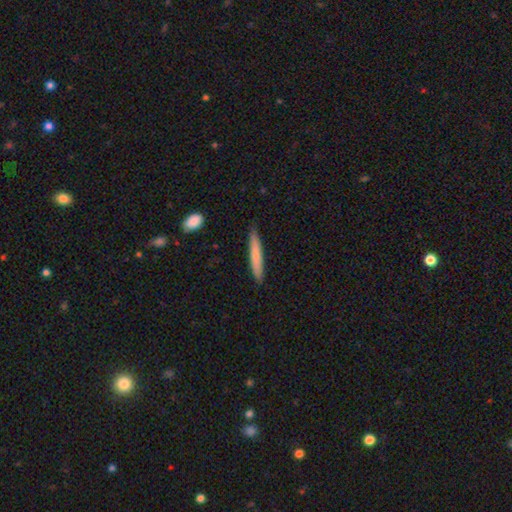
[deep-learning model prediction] Smooth or featured: smooth — 75% (featured or disk — 20%)
How rounded: cigar-shaped — 94% (in between — 5%)
Merging: none — 88% (minor disturbance — 9%)